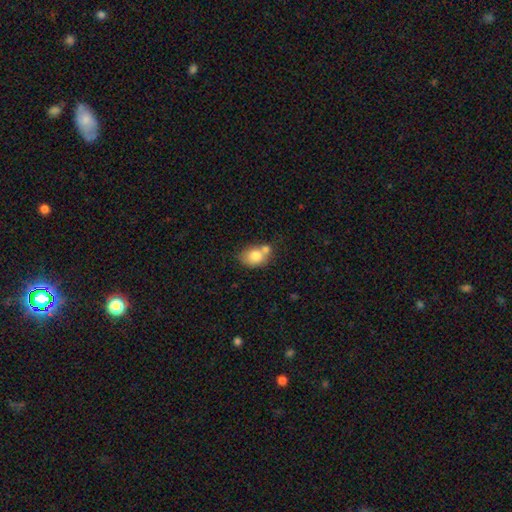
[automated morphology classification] smooth 77%, featured or disk 15%, star or artifact 8%. Down the decision tree: how rounded — in between (59%); merging — none (41%).